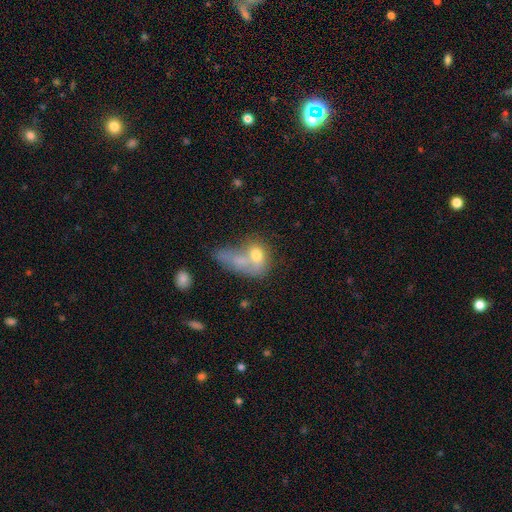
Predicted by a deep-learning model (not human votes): smooth-or-featured: smooth: 55% | featured or disk: 29% | star or artifact: 15%
  how-rounded: in between: 59% | round: 36% | cigar-shaped: 6%
  merging: merger: 55% | none: 19% | major disturbance: 15% | minor disturbance: 10%